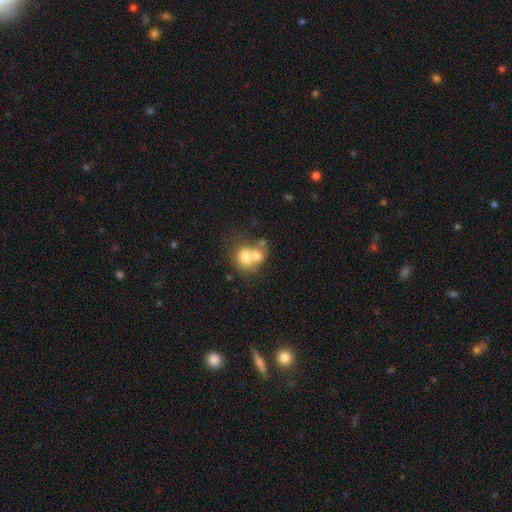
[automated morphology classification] smooth-or-featured: smooth: 69% | featured or disk: 21% | star or artifact: 10%
  how-rounded: round: 68% | in between: 31% | cigar-shaped: 1%
  merging: merger: 66% | none: 24% | minor disturbance: 6% | major disturbance: 3%